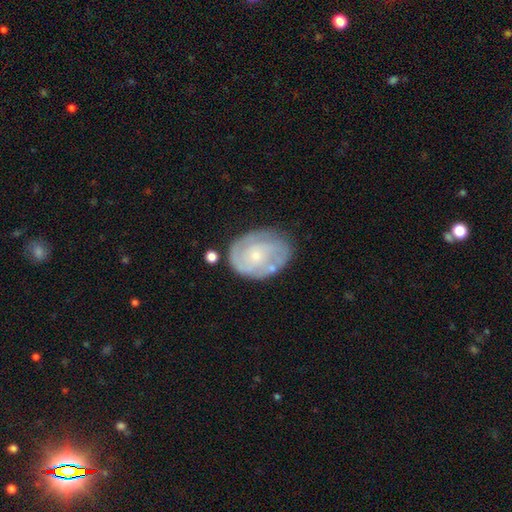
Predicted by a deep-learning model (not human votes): Smooth or featured?
  - featured or disk: 73% *
  - smooth: 21%
  - star or artifact: 6%
Edge-on disk?
  - no: 97% *
  - yes: 3%
Bar?
  - no: 77% *
  - weak: 20%
  - strong: 3%
Spiral arms?
  - yes: 85% *
  - no: 15%
Spiral winding?
  - tight: 61% *
  - medium: 30%
  - loose: 10%
Spiral arm count?
  - can't tell: 38% *
  - 2: 31%
  - 3: 16%
  - 1: 6%
  - 4: 5%
  - more than 4: 4%
Bulge size?
  - small: 71% *
  - moderate: 24%
  - none: 3%
  - large: 1%
  - dominant: 1%
Merging?
  - none: 67% *
  - minor disturbance: 21%
  - major disturbance: 8%
  - merger: 5%